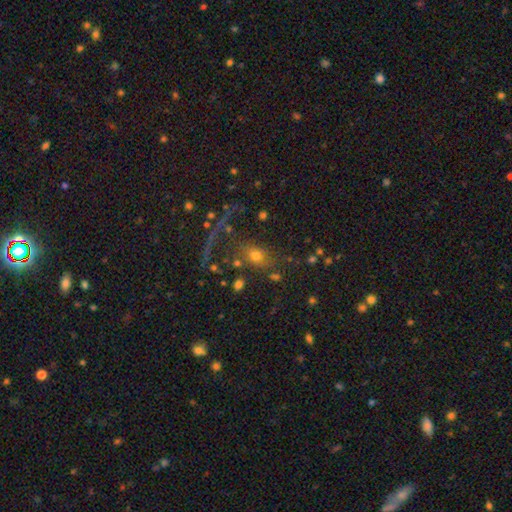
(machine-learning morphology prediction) The model was most divided on "how rounded": in between: 50%, round: 46%, cigar-shaped: 4%. More confident: merging — none (63%); smooth or featured — smooth (61%).